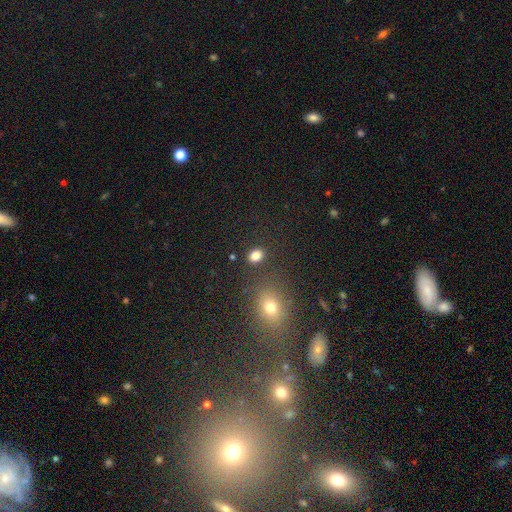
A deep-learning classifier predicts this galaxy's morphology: smooth-or-featured: smooth: 82% | star or artifact: 13% | featured or disk: 5%
  how-rounded: in between: 63% | round: 36% | cigar-shaped: 1%
  merging: none: 83% | minor disturbance: 9% | merger: 4% | major disturbance: 3%